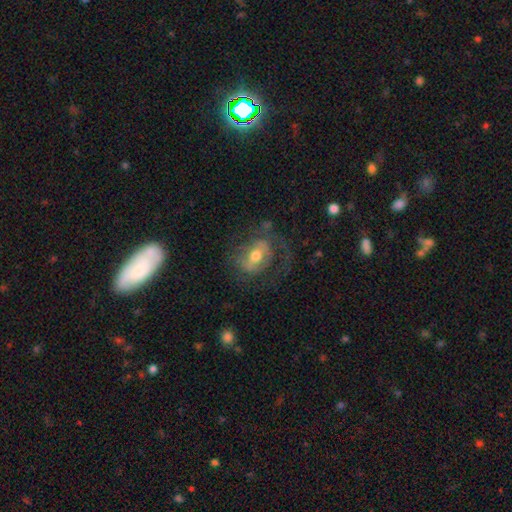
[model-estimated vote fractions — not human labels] A featured or disk galaxy (59%) with a weak bar (43%), spiral arms (61%) and a moderate central bulge (72%). Merging: none (49%).